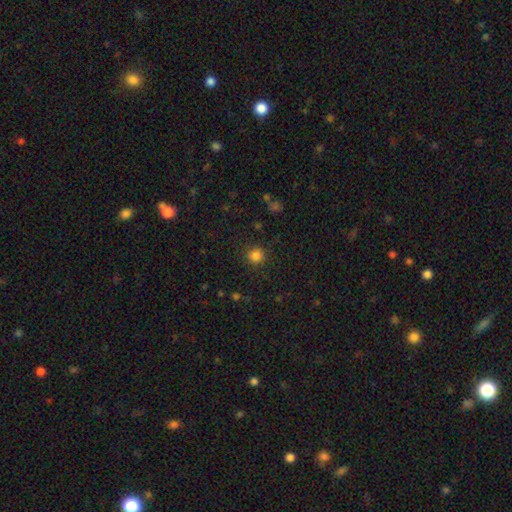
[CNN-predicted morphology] Overall: smooth (83%). How rounded: round (92%). Merging: none (89%).